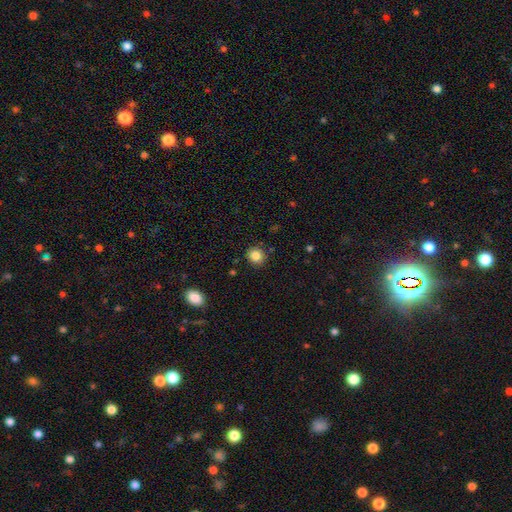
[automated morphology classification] Smooth or featured? smooth (85%)
How rounded? round (84%)
Merging? none (87%)